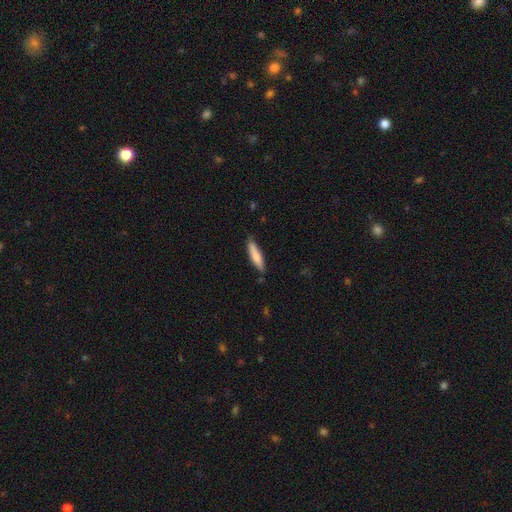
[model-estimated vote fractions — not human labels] Smooth or featured? smooth (77%)
How rounded? cigar-shaped (79%)
Merging? none (80%)